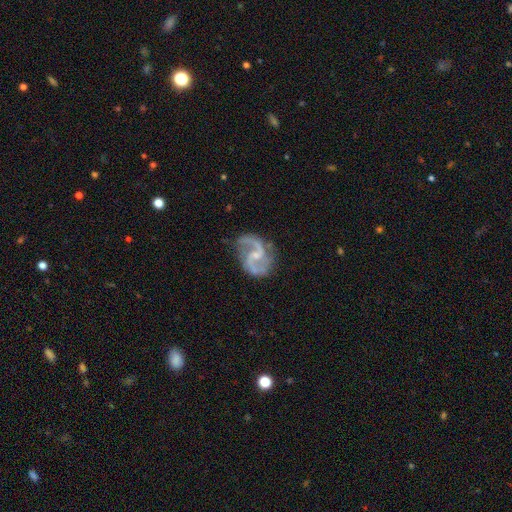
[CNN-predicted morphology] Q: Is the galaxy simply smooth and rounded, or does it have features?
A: featured or disk — 92%.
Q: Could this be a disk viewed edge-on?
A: no — 98%.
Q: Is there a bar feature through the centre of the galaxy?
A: weak — 50%.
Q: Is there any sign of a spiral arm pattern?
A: yes — 98%.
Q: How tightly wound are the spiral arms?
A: medium — 53%.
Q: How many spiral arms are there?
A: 2 — 93%.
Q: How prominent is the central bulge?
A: small — 61%.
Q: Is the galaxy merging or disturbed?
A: none — 73%.